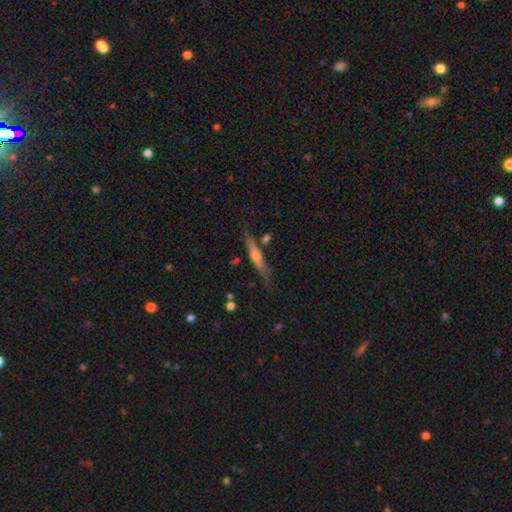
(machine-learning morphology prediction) Smooth or featured? Predicted: featured or disk (p=0.62). Edge-on disk? Predicted: yes (p=0.95). Edge-on bulge? Predicted: rounded (p=0.77). Merging? Predicted: none (p=0.75).